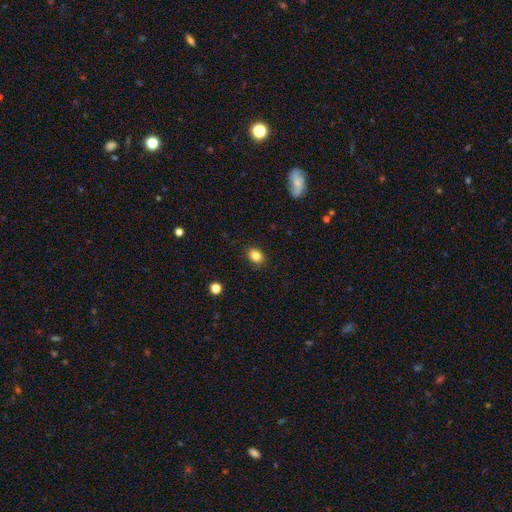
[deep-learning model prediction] Smooth or featured? smooth (85%)
How rounded? in between (56%)
Merging? none (88%)